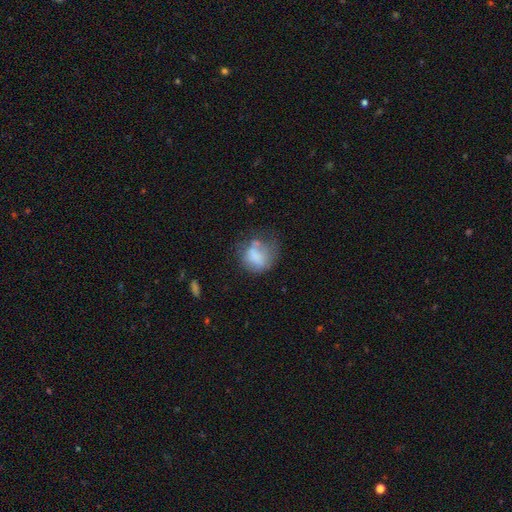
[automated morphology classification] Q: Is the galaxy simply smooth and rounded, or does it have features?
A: smooth — 66%.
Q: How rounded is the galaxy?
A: round — 59%.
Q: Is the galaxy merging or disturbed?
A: none — 34%.